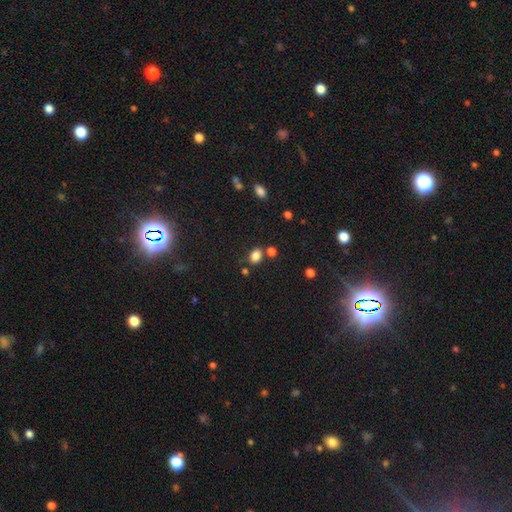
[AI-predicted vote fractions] A smooth galaxy with no disk features (82%) that is in between round and cigar-shaped (64%). Merging: none (70%).